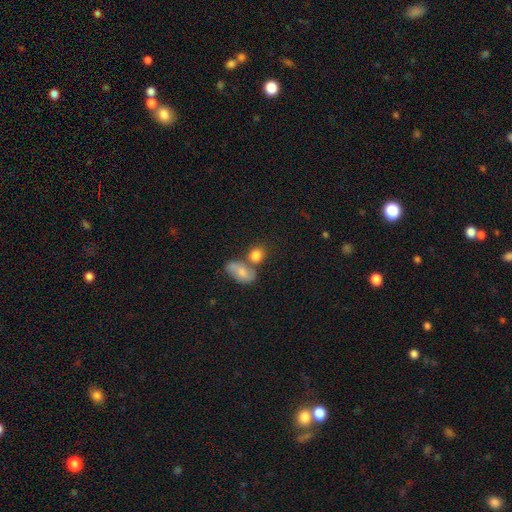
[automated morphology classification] smooth-or-featured: smooth: 76% | featured or disk: 14% | star or artifact: 10%
  how-rounded: round: 60% | in between: 37% | cigar-shaped: 3%
  merging: none: 49% | merger: 34% | minor disturbance: 12% | major disturbance: 5%